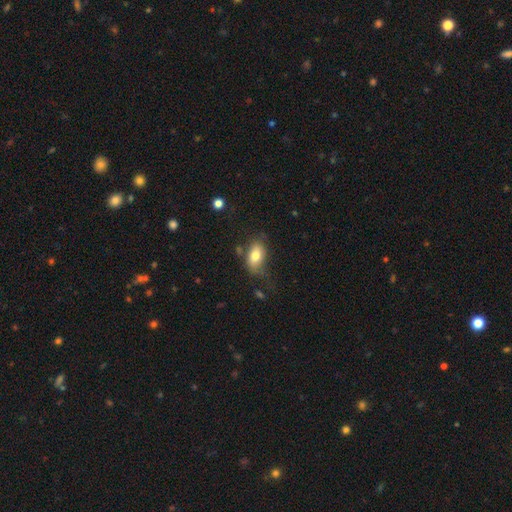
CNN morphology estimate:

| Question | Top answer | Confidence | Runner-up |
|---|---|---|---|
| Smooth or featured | smooth | 77% | featured or disk (15%) |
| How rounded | in between | 91% | round (6%) |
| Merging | none | 60% | minor disturbance (24%) |